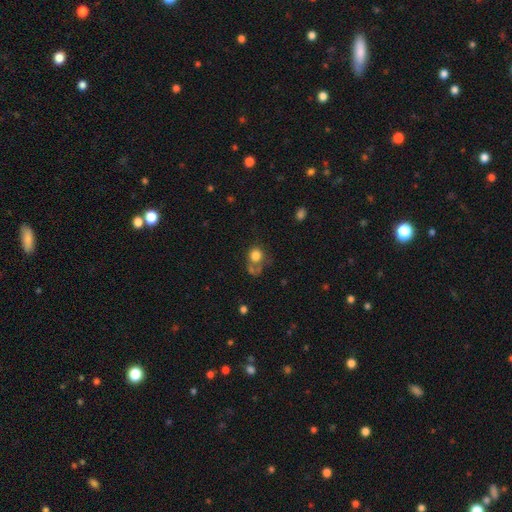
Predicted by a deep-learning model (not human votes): This is likely a smooth galaxy (78%). How rounded: likely round (79%). Merging: possibly none (46%).